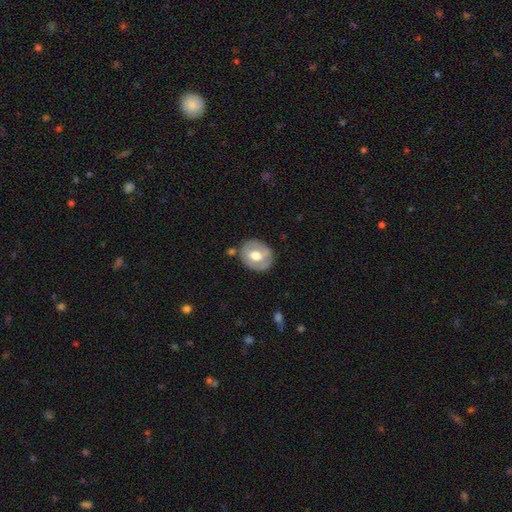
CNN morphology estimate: Smooth or featured?
  - smooth: 52% *
  - featured or disk: 42%
  - star or artifact: 6%
How rounded?
  - round: 64% *
  - in between: 35%
  - cigar-shaped: 1%
Merging?
  - none: 78% *
  - minor disturbance: 14%
  - major disturbance: 4%
  - merger: 4%